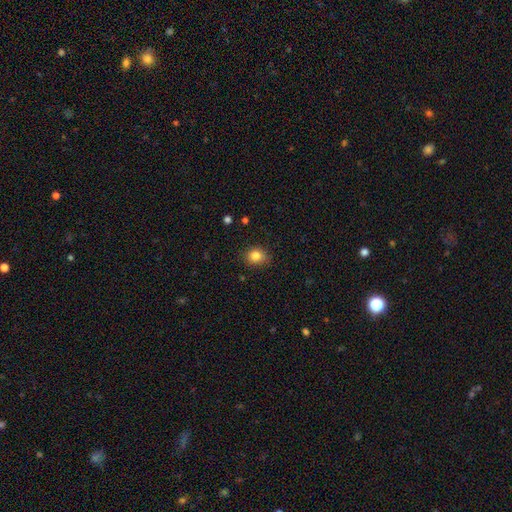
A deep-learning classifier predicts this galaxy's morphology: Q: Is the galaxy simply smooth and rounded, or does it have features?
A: smooth — 83%.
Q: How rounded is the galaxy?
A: round — 67%.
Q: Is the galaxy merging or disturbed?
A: none — 82%.